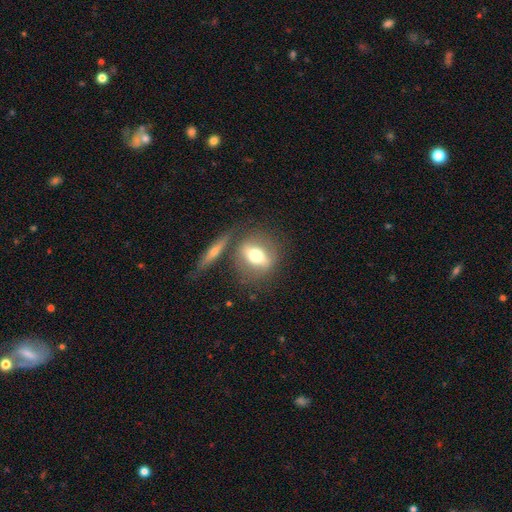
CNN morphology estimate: smooth-or-featured: smooth: 52% | featured or disk: 40% | star or artifact: 8%
  how-rounded: in between: 47% | round: 46% | cigar-shaped: 8%
  merging: none: 67% | merger: 16% | minor disturbance: 12% | major disturbance: 5%